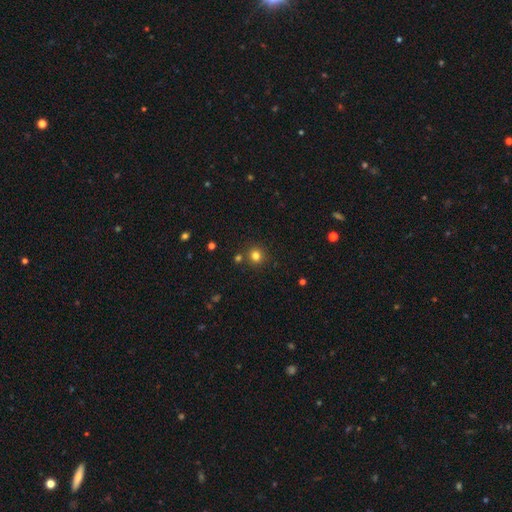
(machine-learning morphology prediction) Overall: smooth (79%). How rounded: round (92%). Merging: none (83%).